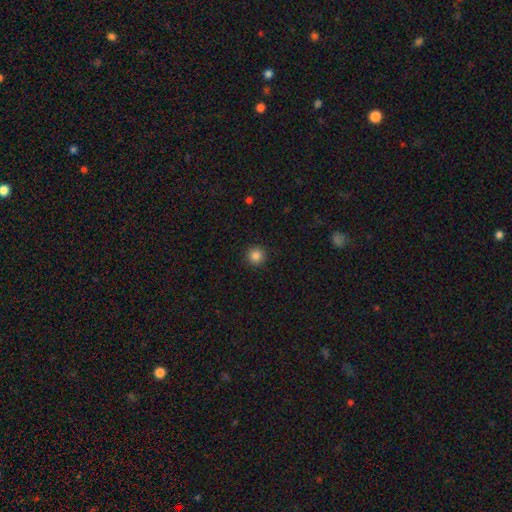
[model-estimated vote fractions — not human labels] Smooth or featured? smooth (85%)
How rounded? round (96%)
Merging? none (93%)